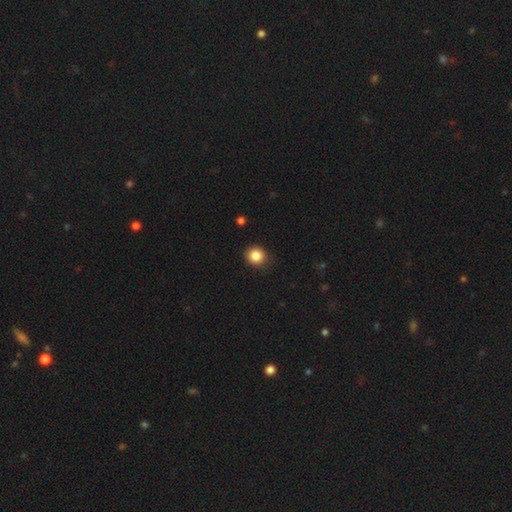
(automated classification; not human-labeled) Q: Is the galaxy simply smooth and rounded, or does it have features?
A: smooth — 85%.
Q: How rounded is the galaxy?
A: round — 84%.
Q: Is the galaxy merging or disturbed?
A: none — 87%.